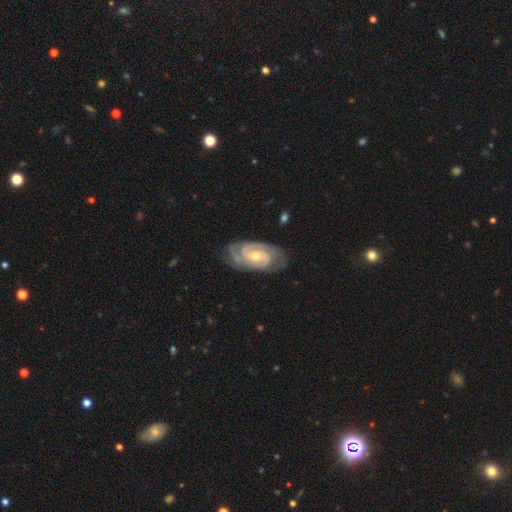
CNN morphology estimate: featured or disk 89%, smooth 6%, star or artifact 5%. Down the decision tree: edge-on disk — no (96%); bar — no (52%); spiral arms — yes (98%); spiral arm count — 2 (49%); spiral winding — tight (65%); bulge size — small (54%); merging — none (77%).